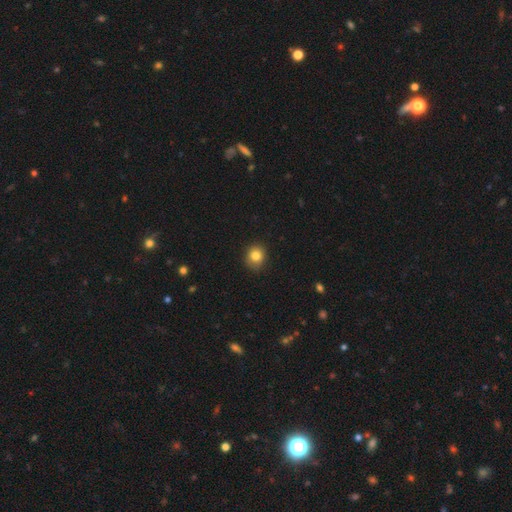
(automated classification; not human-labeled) Smooth or featured: smooth — 82% (star or artifact — 11%)
How rounded: round — 79% (in between — 20%)
Merging: none — 86% (minor disturbance — 10%)